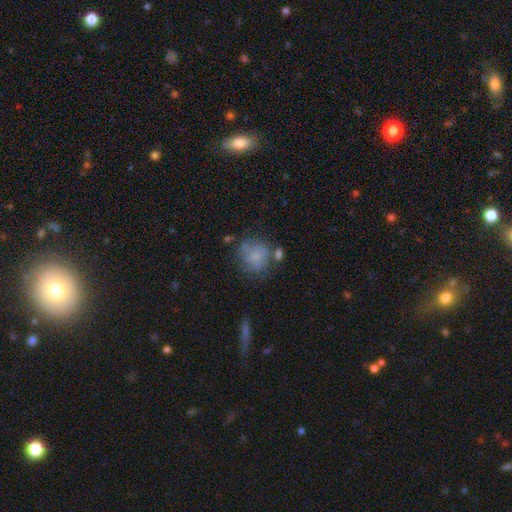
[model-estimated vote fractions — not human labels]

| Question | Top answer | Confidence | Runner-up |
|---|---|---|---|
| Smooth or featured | smooth | 66% | featured or disk (25%) |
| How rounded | round | 80% | in between (18%) |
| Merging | none | 52% | minor disturbance (22%) |